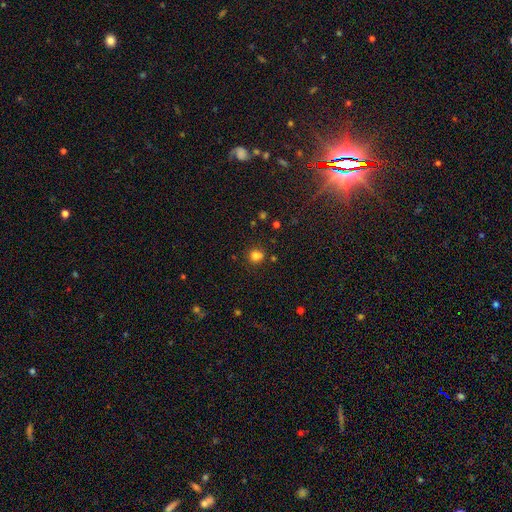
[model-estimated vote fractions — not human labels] Overall: smooth (81%). How rounded: round (79%). Merging: none (74%).